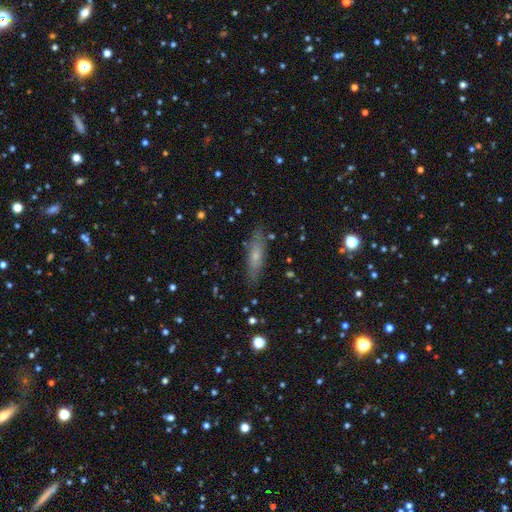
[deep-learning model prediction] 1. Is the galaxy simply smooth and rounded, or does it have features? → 54% smooth, 37% featured or disk, 8% star or artifact.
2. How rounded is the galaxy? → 69% cigar-shaped, 29% in between, 2% round.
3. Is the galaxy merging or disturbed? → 83% none, 12% minor disturbance, 3% major disturbance, 2% merger.